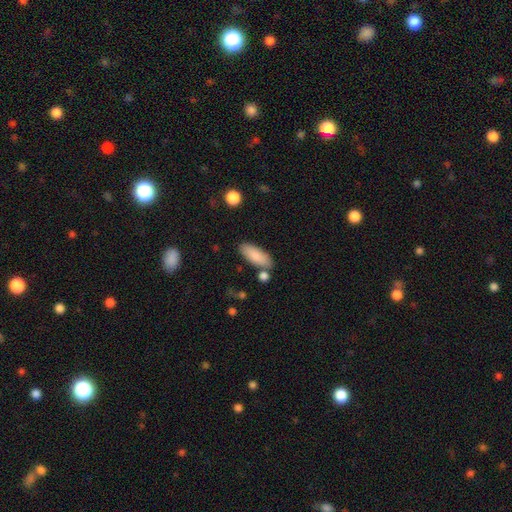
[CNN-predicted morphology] This appears to be a smooth galaxy with no disk features (87%) that is in between round and cigar-shaped (76%). Merging: none (77%).